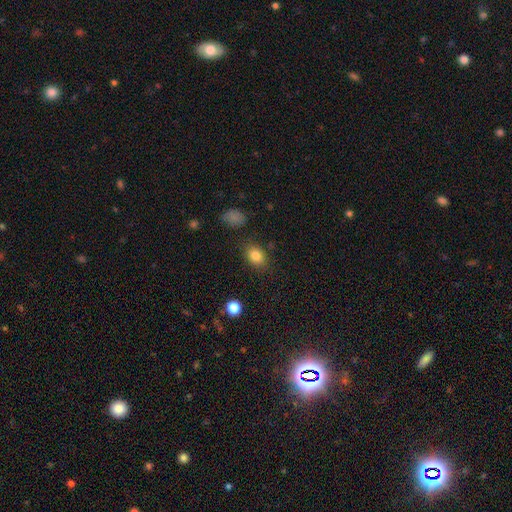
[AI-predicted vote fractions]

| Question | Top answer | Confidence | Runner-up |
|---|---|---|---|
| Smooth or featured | smooth | 83% | star or artifact (10%) |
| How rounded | in between | 65% | round (34%) |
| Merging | none | 83% | minor disturbance (11%) |